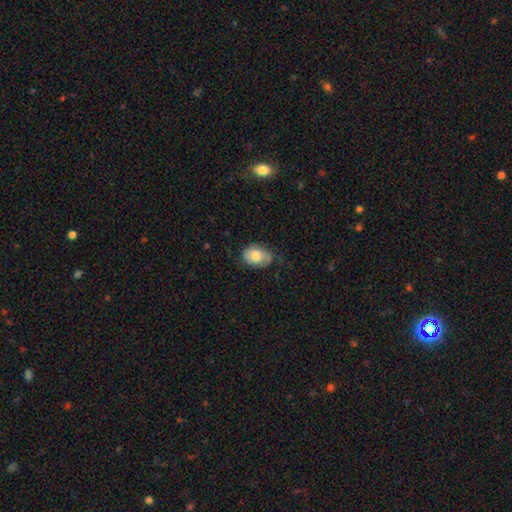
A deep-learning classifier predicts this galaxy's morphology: The model was most divided on "merging": none: 58%, minor disturbance: 30%, major disturbance: 11%, merger: 1%. More confident: how rounded — in between (82%); smooth or featured — smooth (68%).